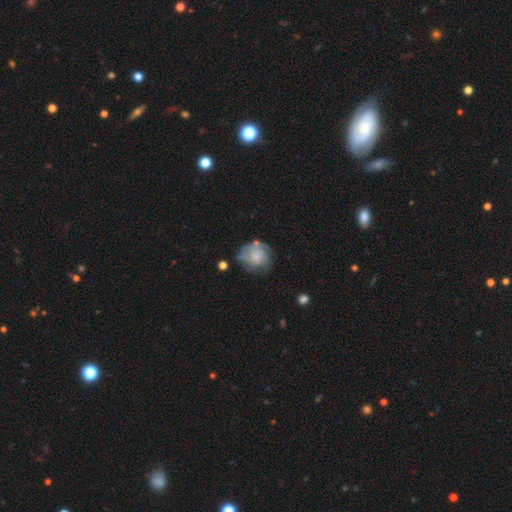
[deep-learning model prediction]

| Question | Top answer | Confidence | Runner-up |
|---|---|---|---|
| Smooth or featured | featured or disk | 52% | smooth (40%) |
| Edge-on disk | no | 98% | yes (2%) |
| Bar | no | 81% | weak (16%) |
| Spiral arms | yes | 73% | no (27%) |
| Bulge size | small | 50% | moderate (33%) |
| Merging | none | 58% | minor disturbance (25%) |